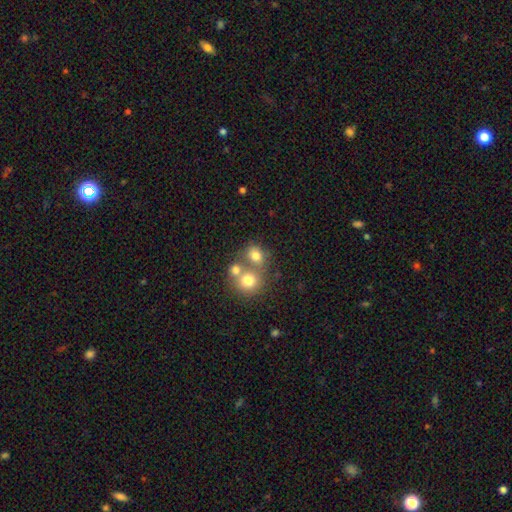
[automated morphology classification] Smooth or featured? smooth (73%)
How rounded? round (70%)
Merging? none (45%)